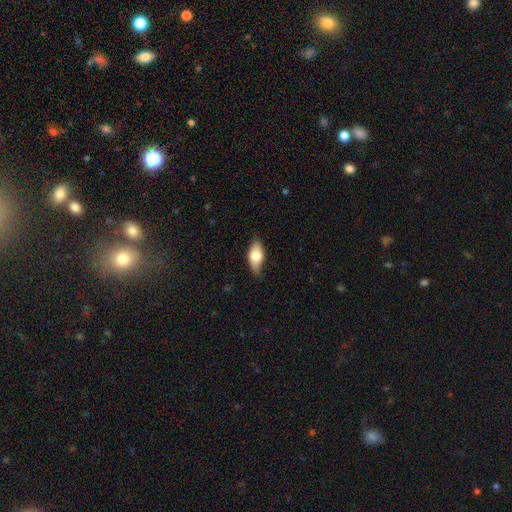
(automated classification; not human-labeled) Q: Smooth or featured?
A: smooth (70%); runner-up: featured or disk (24%)
Q: How rounded?
A: in between (87%); runner-up: cigar-shaped (9%)
Q: Merging?
A: none (74%); runner-up: minor disturbance (21%)